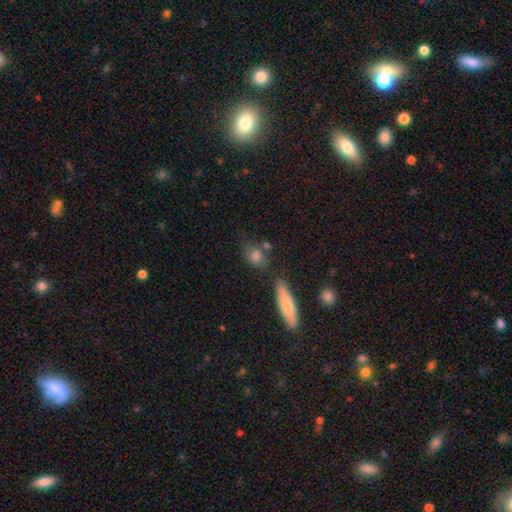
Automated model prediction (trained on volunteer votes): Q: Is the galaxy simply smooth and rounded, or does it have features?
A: smooth — 77%.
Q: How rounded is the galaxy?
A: in between — 53%.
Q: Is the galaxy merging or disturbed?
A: none — 65%.